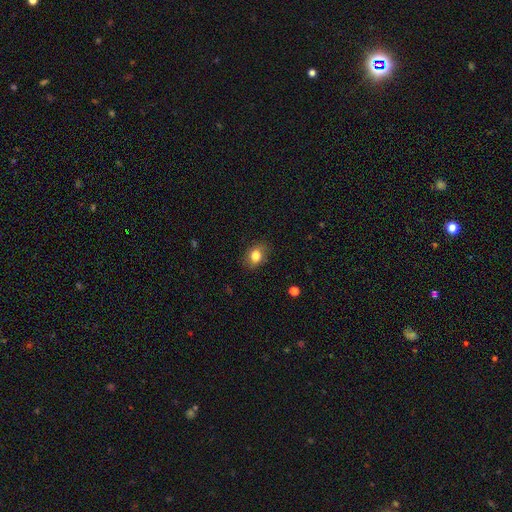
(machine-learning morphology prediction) type=smooth (80%); roundness=in between (64%); merging=none (83%).